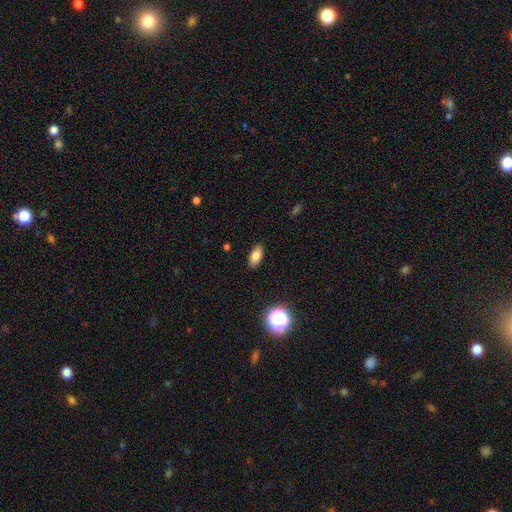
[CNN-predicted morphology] The model was most divided on "smooth or featured": smooth: 81%, star or artifact: 10%, featured or disk: 9%. More confident: how rounded — in between (88%); merging — none (88%).